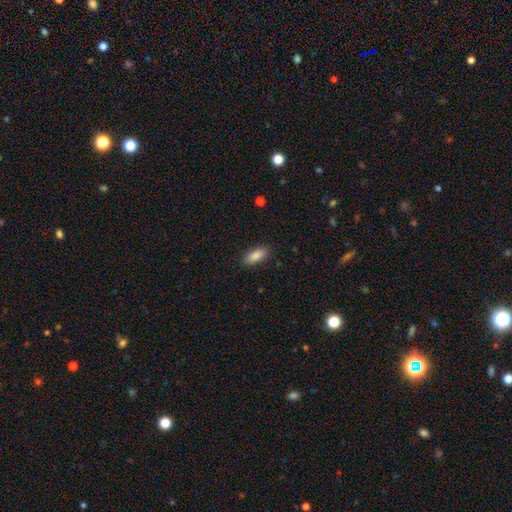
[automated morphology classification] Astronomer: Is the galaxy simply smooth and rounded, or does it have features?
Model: smooth — 85%.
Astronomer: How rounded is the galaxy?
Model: in between — 78%.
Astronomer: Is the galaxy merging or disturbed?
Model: none — 89%.